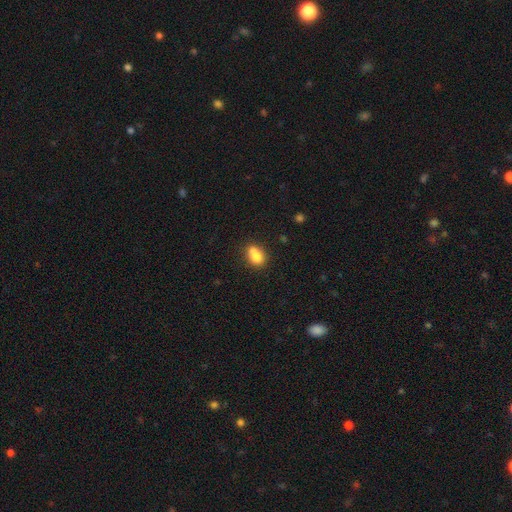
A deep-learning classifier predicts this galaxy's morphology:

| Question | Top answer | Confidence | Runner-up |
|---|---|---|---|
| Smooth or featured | smooth | 76% | featured or disk (14%) |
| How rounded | in between | 61% | round (36%) |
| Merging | none | 41% | merger (37%) |